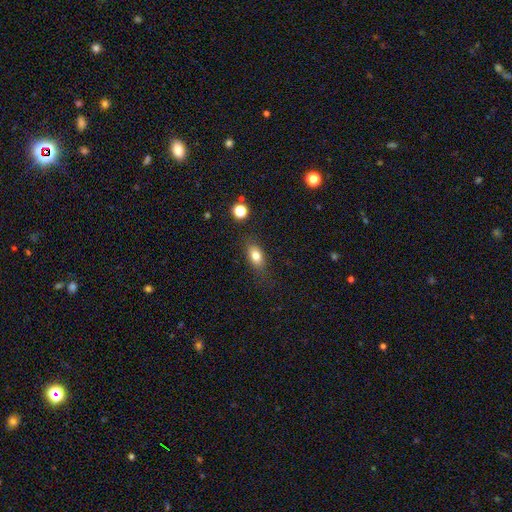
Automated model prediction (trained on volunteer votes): smooth 79%, featured or disk 11%, star or artifact 10%. Down the decision tree: how rounded — in between (79%); merging — none (77%).